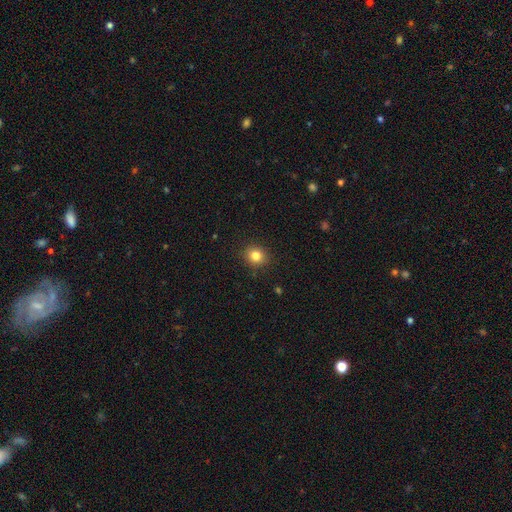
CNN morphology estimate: Q: Smooth or featured?
A: smooth (82%); runner-up: star or artifact (12%)
Q: How rounded?
A: round (77%); runner-up: in between (22%)
Q: Merging?
A: none (89%); runner-up: minor disturbance (7%)